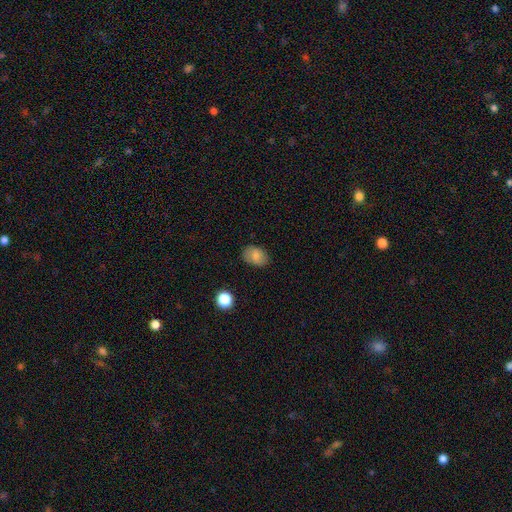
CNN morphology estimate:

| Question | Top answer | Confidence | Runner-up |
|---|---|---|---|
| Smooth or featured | smooth | 81% | star or artifact (9%) |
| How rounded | in between | 75% | round (24%) |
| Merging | none | 82% | minor disturbance (13%) |